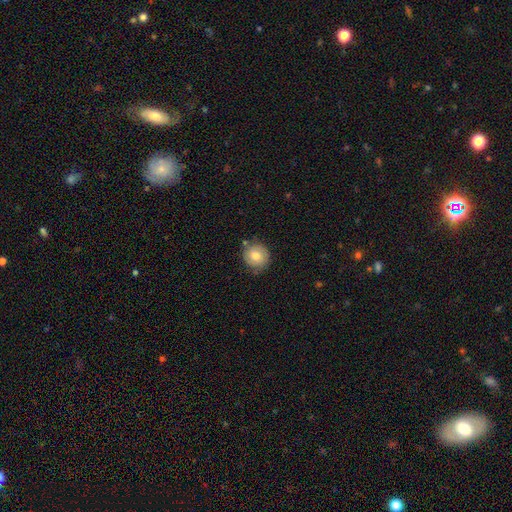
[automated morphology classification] Overall: smooth (72%). How rounded: round (89%). Merging: none (78%).